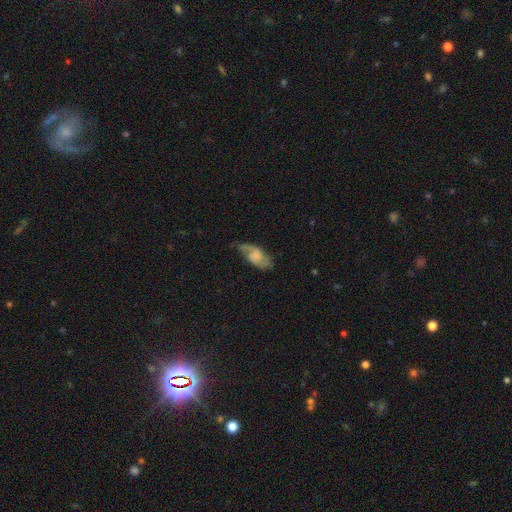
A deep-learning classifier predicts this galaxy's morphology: Smooth or featured?
  - featured or disk: 63% *
  - smooth: 30%
  - star or artifact: 8%
Edge-on disk?
  - no: 94% *
  - yes: 6%
Bar?
  - no: 57% *
  - weak: 35%
  - strong: 8%
Spiral arms?
  - yes: 89% *
  - no: 11%
Spiral winding?
  - medium: 42% *
  - loose: 41%
  - tight: 17%
Spiral arm count?
  - 2: 81% *
  - can't tell: 8%
  - 1: 7%
  - 3: 2%
  - 4: 1%
  - more than 4: 1%
Bulge size?
  - none: 51% *
  - small: 20%
  - moderate: 15%
  - large: 12%
  - dominant: 2%
Merging?
  - none: 60% *
  - minor disturbance: 25%
  - major disturbance: 13%
  - merger: 2%